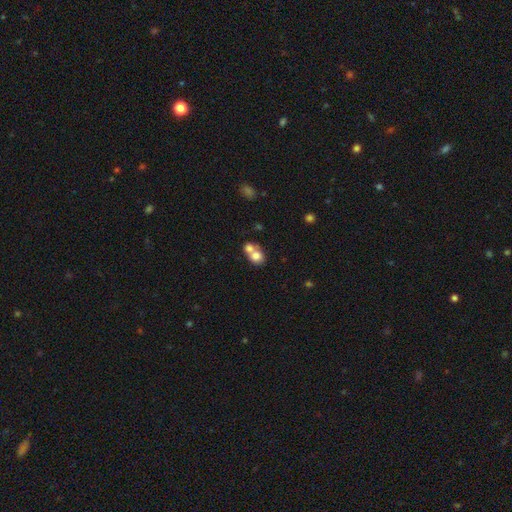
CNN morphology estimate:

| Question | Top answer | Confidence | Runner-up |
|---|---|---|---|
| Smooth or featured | smooth | 75% | featured or disk (15%) |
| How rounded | round | 67% | in between (32%) |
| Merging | merger | 63% | none (28%) |